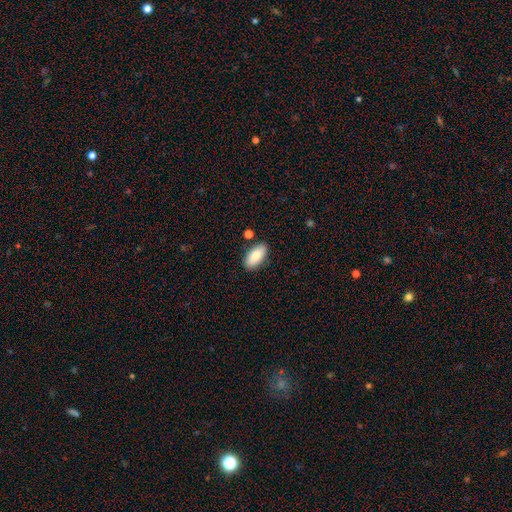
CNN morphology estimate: smooth-or-featured: smooth: 83% | featured or disk: 11% | star or artifact: 6%
  how-rounded: in between: 92% | cigar-shaped: 5% | round: 3%
  merging: none: 85% | minor disturbance: 10% | merger: 3% | major disturbance: 2%